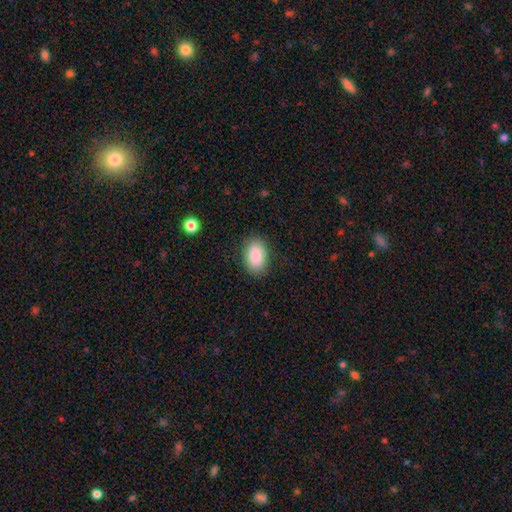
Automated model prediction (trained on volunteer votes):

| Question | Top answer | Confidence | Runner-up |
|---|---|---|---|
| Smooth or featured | smooth | 89% | star or artifact (7%) |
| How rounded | in between | 91% | round (8%) |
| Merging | none | 87% | minor disturbance (10%) |